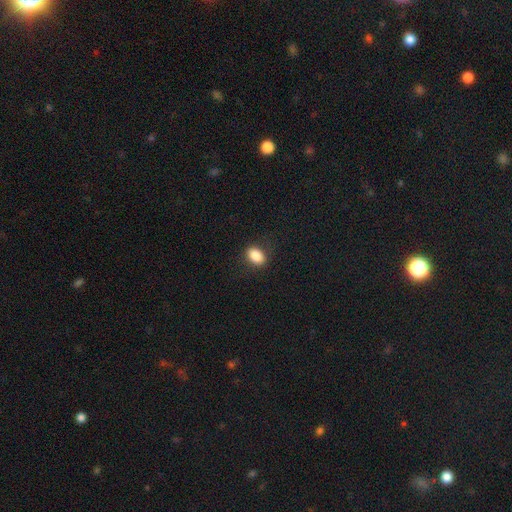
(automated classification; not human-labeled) A smooth galaxy with no disk features (87%) that is in between round and cigar-shaped (80%).

Vote fractions:
- Smooth or featured? smooth: 87% / star or artifact: 9% / featured or disk: 5%
- How rounded? in between: 80% / round: 18% / cigar-shaped: 2%
- Merging? none: 84% / minor disturbance: 12% / major disturbance: 4% / merger: 1%